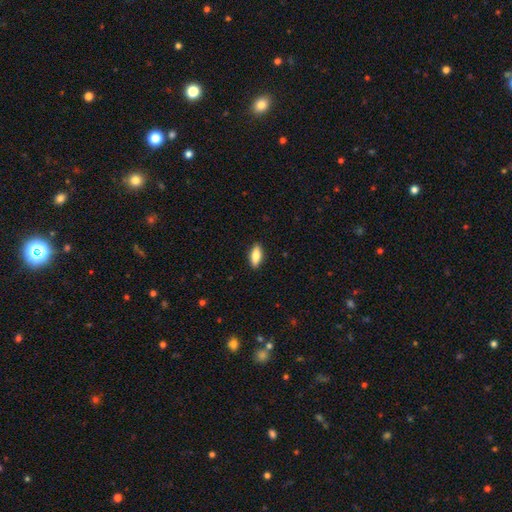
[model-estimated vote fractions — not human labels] Q: Smooth or featured?
A: smooth (78%); runner-up: featured or disk (16%)
Q: How rounded?
A: in between (74%); runner-up: cigar-shaped (23%)
Q: Merging?
A: none (89%); runner-up: minor disturbance (8%)